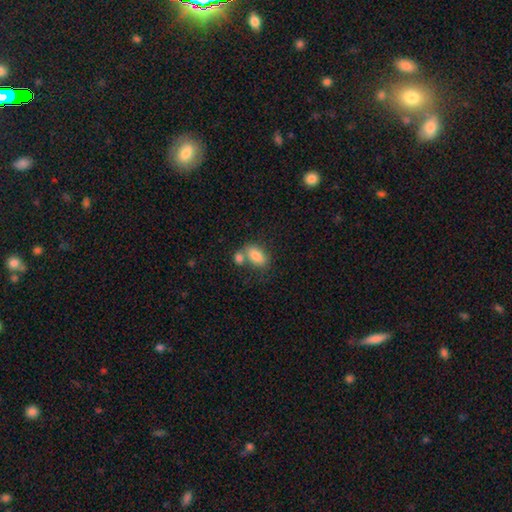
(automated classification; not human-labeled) The model was most divided on "merging": none: 45%, merger: 38%, minor disturbance: 12%, major disturbance: 4%. More confident: how rounded — in between (89%); smooth or featured — smooth (82%).